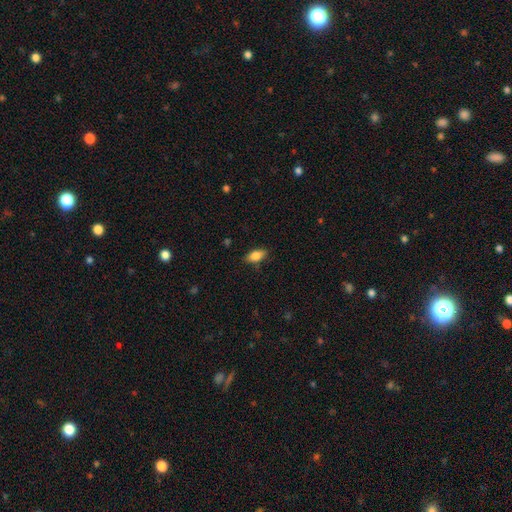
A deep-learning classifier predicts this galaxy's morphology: type=smooth (82%); roundness=in between (87%); merging=none (81%).